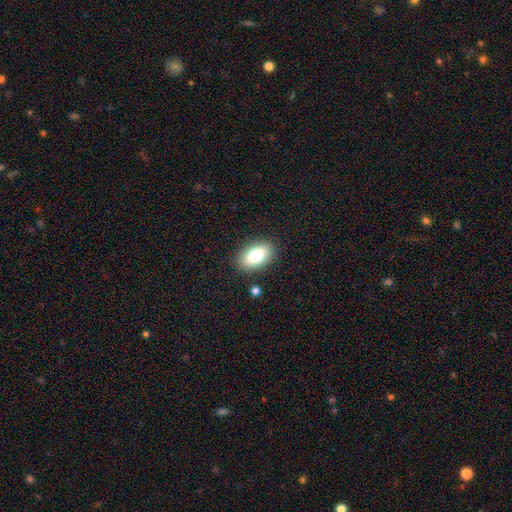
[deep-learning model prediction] Smooth or featured? smooth (78%)
How rounded? in between (91%)
Merging? none (87%)